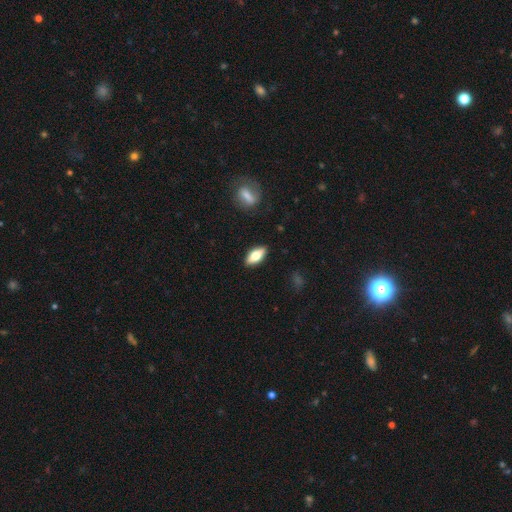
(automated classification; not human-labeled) Smooth or featured?
  - smooth: 63% *
  - featured or disk: 30%
  - star or artifact: 7%
How rounded?
  - in between: 76% *
  - cigar-shaped: 21%
  - round: 3%
Merging?
  - none: 87% *
  - minor disturbance: 9%
  - major disturbance: 2%
  - merger: 1%